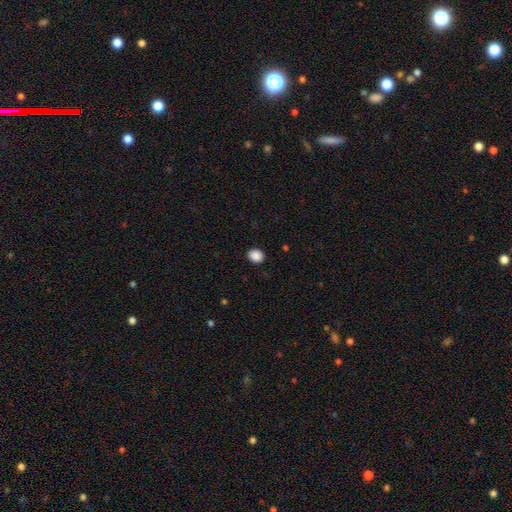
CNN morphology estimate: The model was most divided on "how rounded": round: 53%, in between: 46%, cigar-shaped: 1%. More confident: merging — none (89%); smooth or featured — smooth (89%).